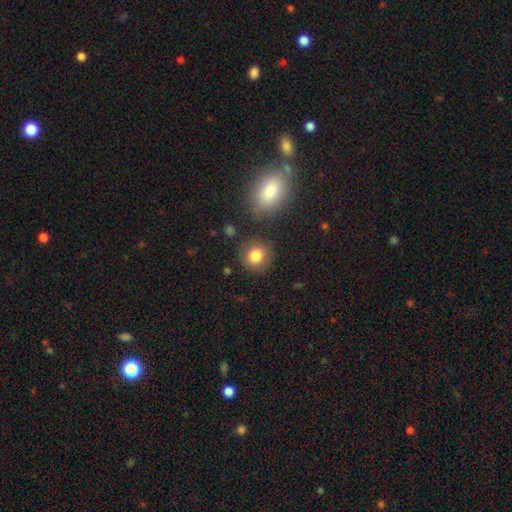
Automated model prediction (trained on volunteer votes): A smooth galaxy with no disk features (84%) that is round (85%).

Vote fractions:
- Smooth or featured? smooth: 84% / star or artifact: 10% / featured or disk: 6%
- How rounded? round: 85% / in between: 14% / cigar-shaped: 1%
- Merging? none: 83% / minor disturbance: 9% / merger: 4% / major disturbance: 3%